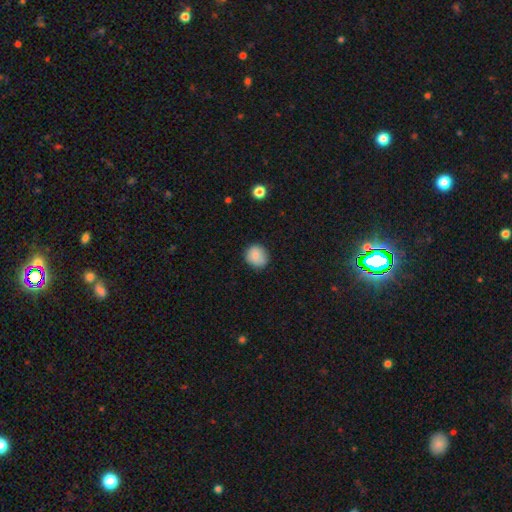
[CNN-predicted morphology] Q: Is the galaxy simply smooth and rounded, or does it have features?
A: smooth — 85%.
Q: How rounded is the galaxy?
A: round — 86%.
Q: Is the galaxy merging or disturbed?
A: none — 82%.